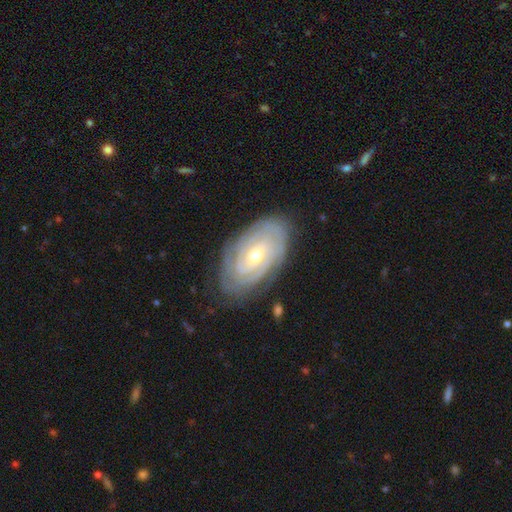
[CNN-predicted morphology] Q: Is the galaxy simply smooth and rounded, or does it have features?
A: featured or disk — 86%.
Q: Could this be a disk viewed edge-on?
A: no — 95%.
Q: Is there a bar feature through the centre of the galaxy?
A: no — 64%.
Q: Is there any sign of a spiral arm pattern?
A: yes — 95%.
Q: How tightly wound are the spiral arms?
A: tight — 82%.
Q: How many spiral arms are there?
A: can't tell — 37%.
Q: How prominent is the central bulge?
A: moderate — 50%.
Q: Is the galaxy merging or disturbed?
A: none — 78%.